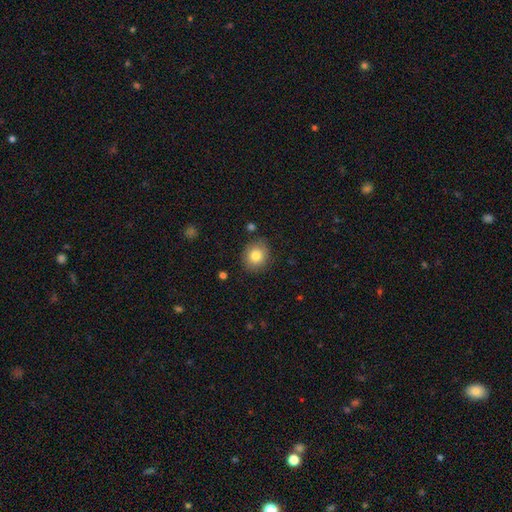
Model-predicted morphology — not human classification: A smooth galaxy with no disk features (82%) that is round (77%). Merging: none (83%).